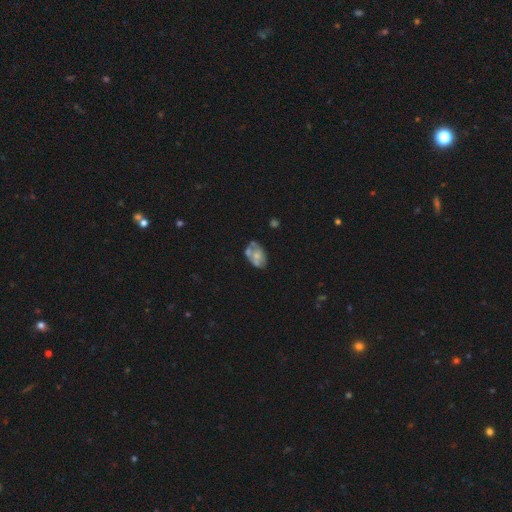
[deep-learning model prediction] This is possibly a featured or disk galaxy (51%). It is clearly not viewed edge-on (96%). Merging: marginally none (39%).